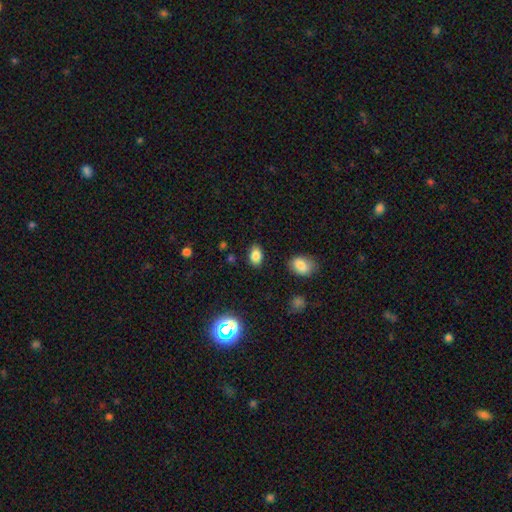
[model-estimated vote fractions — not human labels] This appears to be a smooth galaxy with no disk features (83%) that is in between round and cigar-shaped (84%). Merging: none (84%).